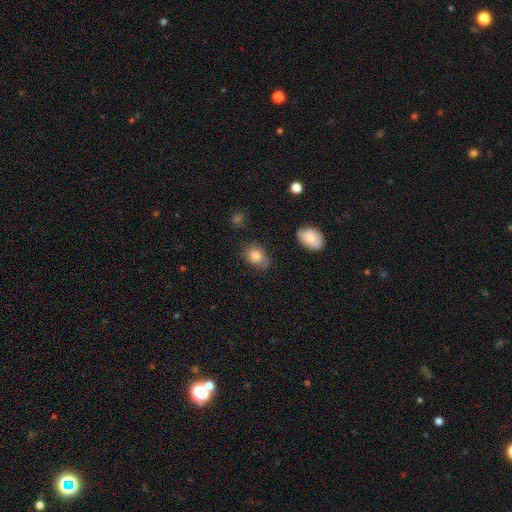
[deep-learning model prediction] Smooth or featured? Predicted: smooth (p=0.77). How rounded? Predicted: in between (p=0.65). Merging? Predicted: none (p=0.53).